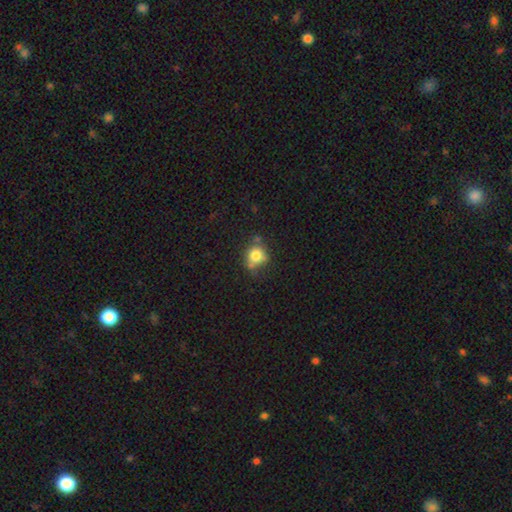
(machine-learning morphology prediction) smooth 77%, featured or disk 12%, star or artifact 11%. Down the decision tree: how rounded — round (76%); merging — none (59%).